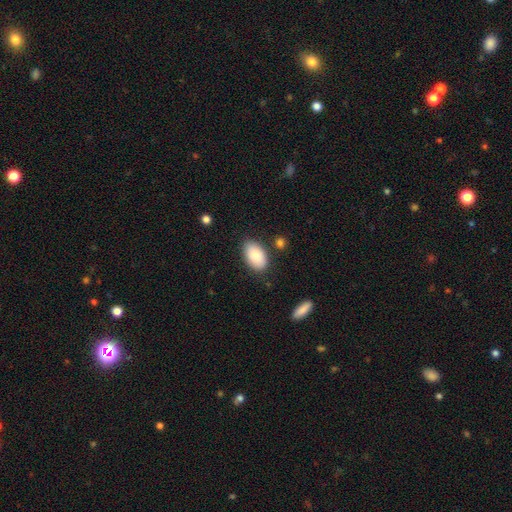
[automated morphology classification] Smooth or featured?
  - smooth: 87% *
  - featured or disk: 7%
  - star or artifact: 6%
How rounded?
  - in between: 94% *
  - round: 4%
  - cigar-shaped: 1%
Merging?
  - none: 80% *
  - minor disturbance: 14%
  - merger: 3%
  - major disturbance: 3%